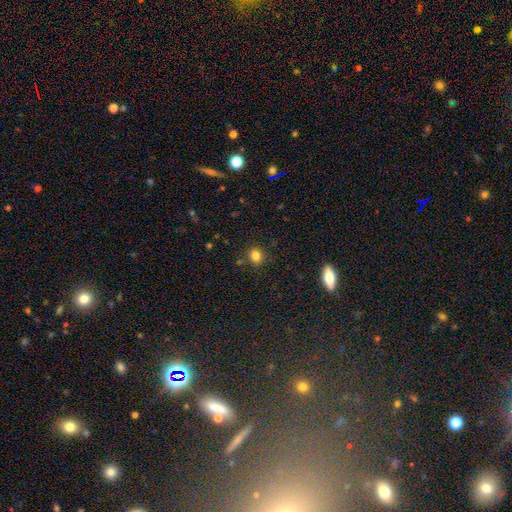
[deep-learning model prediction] Smooth or featured? Predicted: smooth (p=0.82). How rounded? Predicted: in between (p=0.50). Merging? Predicted: none (p=0.84).